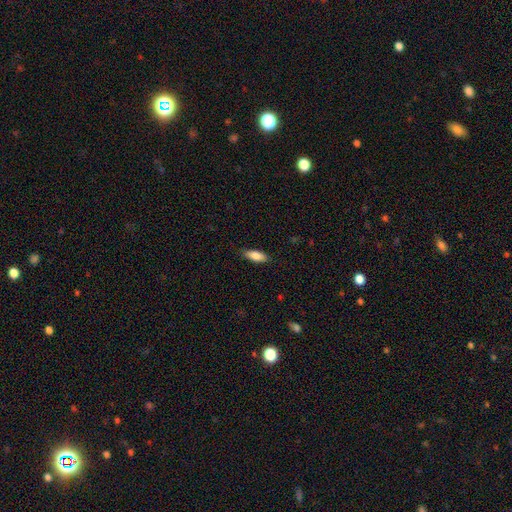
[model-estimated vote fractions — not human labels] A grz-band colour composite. It shows a smooth galaxy with no disk features (84%) that is in between round and cigar-shaped (73%). Merging: none (86%).